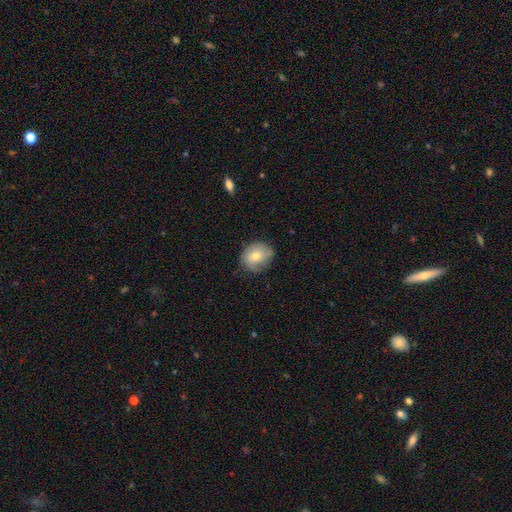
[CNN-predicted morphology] smooth 63%, featured or disk 28%, star or artifact 8%. Down the decision tree: how rounded — round (70%); merging — none (70%).